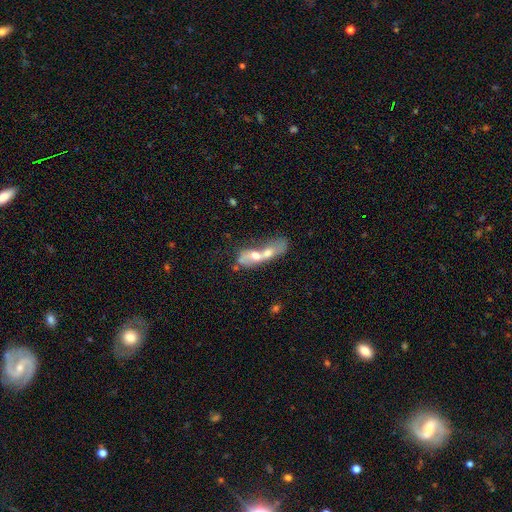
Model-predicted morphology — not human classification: type=featured or disk (45%); merging=merger (74%).